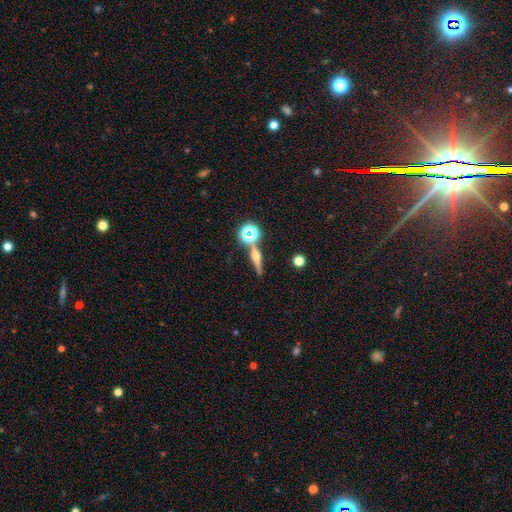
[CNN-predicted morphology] smooth_or_featured: featured or disk (p=0.60) [alt: smooth p=0.24]
disk_edge_on: yes (p=0.93) [alt: no p=0.07]
edge_on_bulge: rounded (p=0.92) [alt: boxy p=0.05]
merging: none (p=0.77) [alt: merger p=0.11]